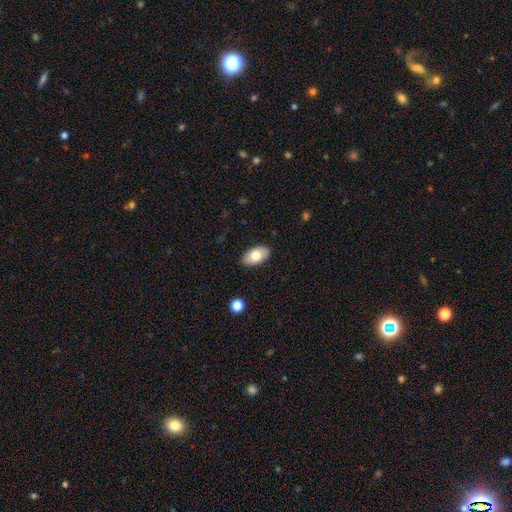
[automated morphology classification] Q: Smooth or featured?
A: smooth (78%); runner-up: featured or disk (16%)
Q: How rounded?
A: in between (94%); runner-up: round (4%)
Q: Merging?
A: none (88%); runner-up: minor disturbance (10%)